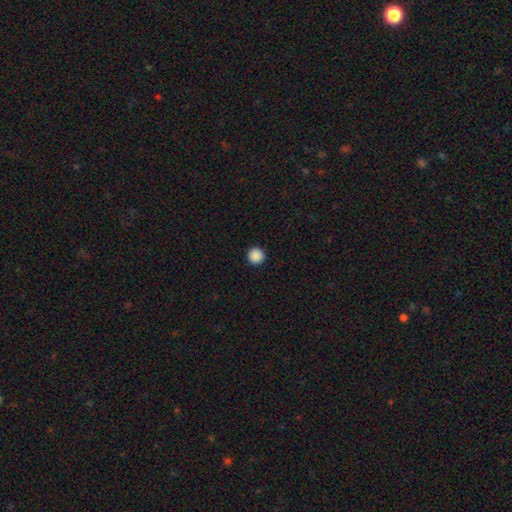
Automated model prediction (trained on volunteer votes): The model was most divided on "smooth or featured": smooth: 89%, star or artifact: 9%, featured or disk: 2%. More confident: how rounded — round (96%); merging — none (94%).